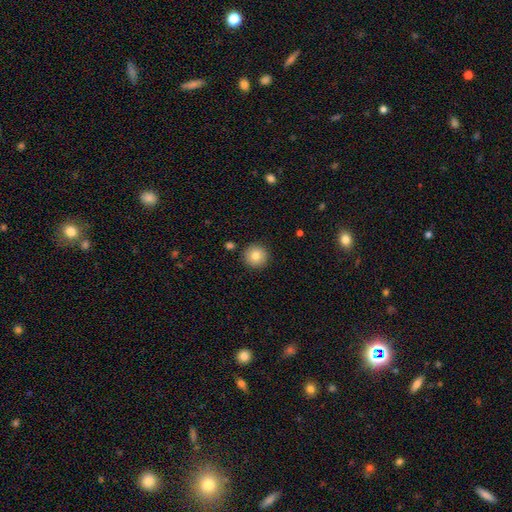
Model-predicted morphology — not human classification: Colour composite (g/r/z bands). It shows a smooth galaxy with no disk features (81%) that is round (95%). Merging: none (90%).